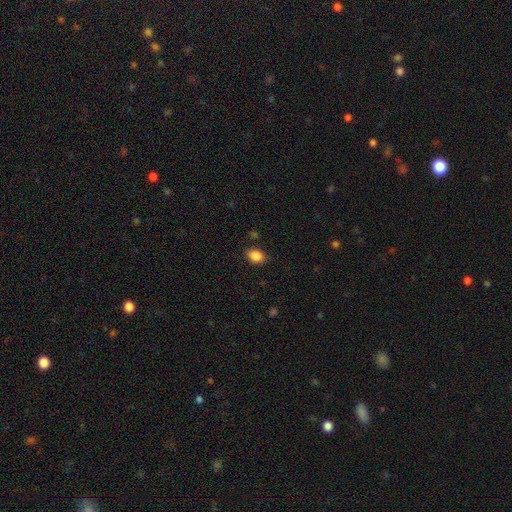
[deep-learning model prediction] smooth-or-featured: smooth: 86% | star or artifact: 9% | featured or disk: 5%
  how-rounded: in between: 75% | round: 24% | cigar-shaped: 1%
  merging: none: 83% | minor disturbance: 13% | major disturbance: 3% | merger: 2%